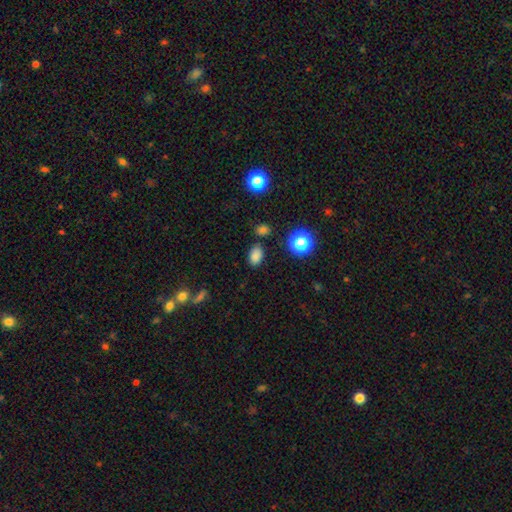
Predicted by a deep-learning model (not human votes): This appears to be a smooth galaxy with no disk features (81%) that is in between round and cigar-shaped (84%). Merging: none (80%).